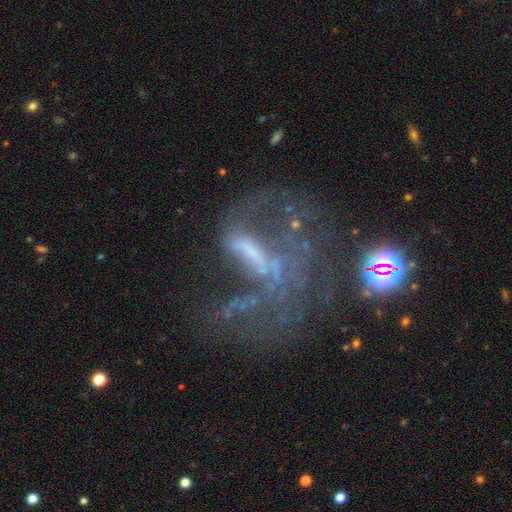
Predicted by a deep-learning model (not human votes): Overall: featured or disk (65%). Edge-on disk: no (94%). Bar: no (41%; weak 31%). Spiral arms: no (56%; yes 44%). Bulge size: none (53%; small 23%). Merging: major disturbance (49%; none 28%).